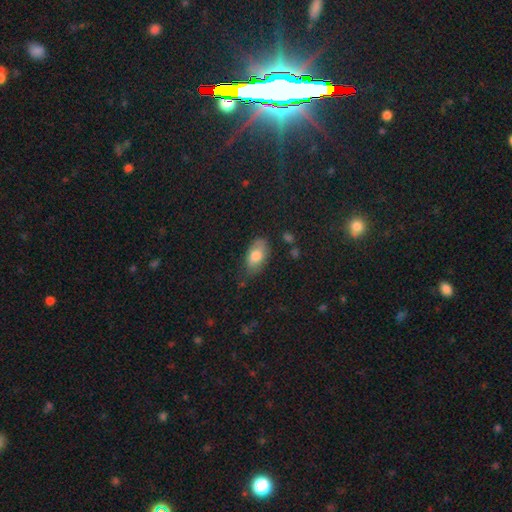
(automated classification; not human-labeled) Morphology: type=smooth (76%); roundness=in between (92%); merging=none (68%).